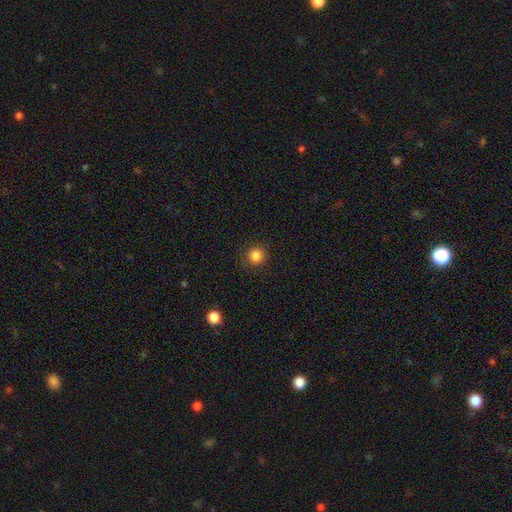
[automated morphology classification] A smooth galaxy with no disk features (84%) that is round (92%).

Vote fractions:
- Smooth or featured? smooth: 84% / star or artifact: 11% / featured or disk: 4%
- How rounded? round: 92% / in between: 7% / cigar-shaped: 1%
- Merging? none: 88% / minor disturbance: 8% / major disturbance: 3% / merger: 1%